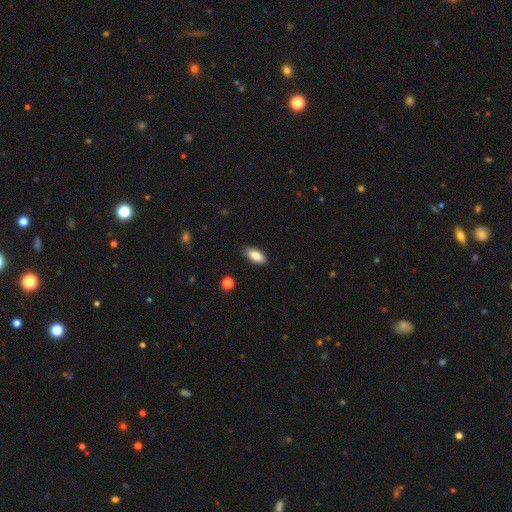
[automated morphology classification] Q: Smooth or featured?
A: smooth (86%); runner-up: featured or disk (7%)
Q: How rounded?
A: in between (89%); runner-up: cigar-shaped (9%)
Q: Merging?
A: none (87%); runner-up: minor disturbance (10%)